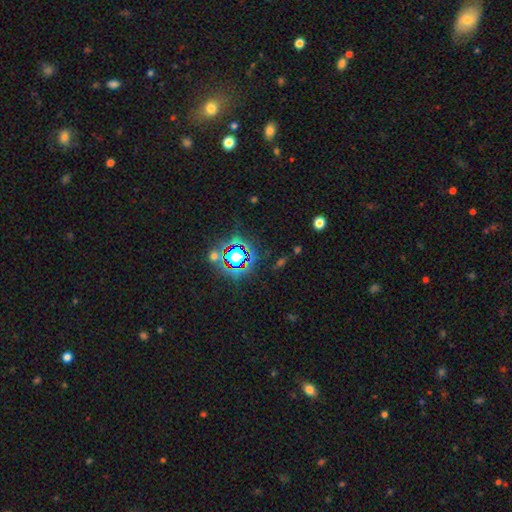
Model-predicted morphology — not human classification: star or artifact 78%, smooth 13%, featured or disk 9%.